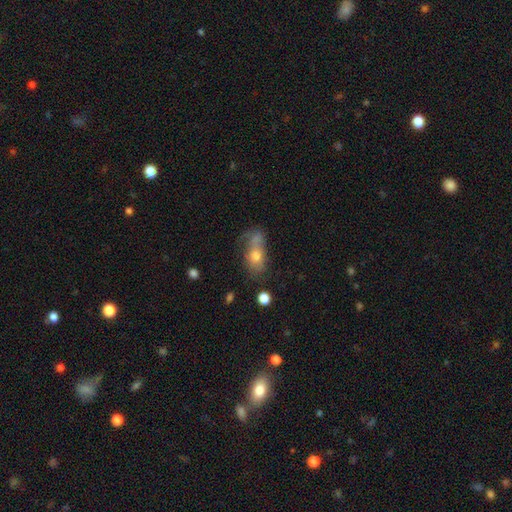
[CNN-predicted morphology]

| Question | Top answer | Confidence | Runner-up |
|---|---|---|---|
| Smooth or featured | smooth | 66% | featured or disk (23%) |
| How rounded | in between | 77% | round (15%) |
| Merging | none | 33% | merger (27%) |